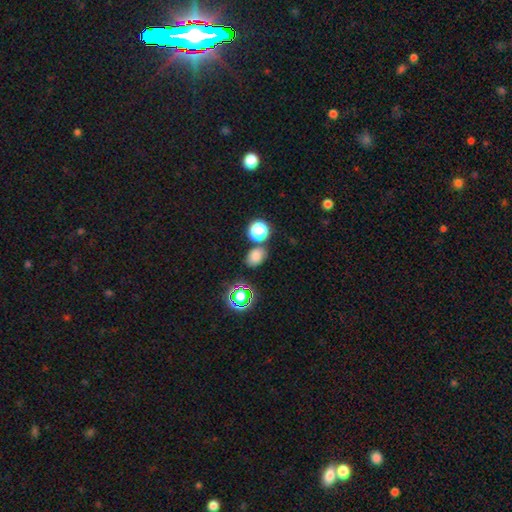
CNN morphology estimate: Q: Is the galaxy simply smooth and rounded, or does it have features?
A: smooth — 74%.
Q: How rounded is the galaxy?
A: in between — 66%.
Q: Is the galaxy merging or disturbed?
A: none — 74%.